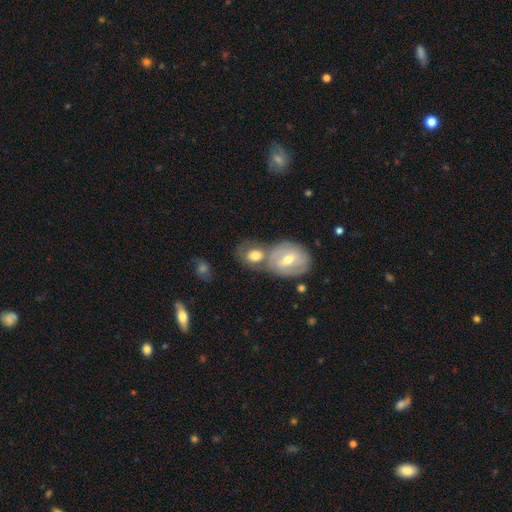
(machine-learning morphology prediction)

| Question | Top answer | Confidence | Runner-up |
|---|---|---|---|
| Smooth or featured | smooth | 55% | featured or disk (38%) |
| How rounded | round | 50% | in between (48%) |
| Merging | merger | 50% | none (34%) |